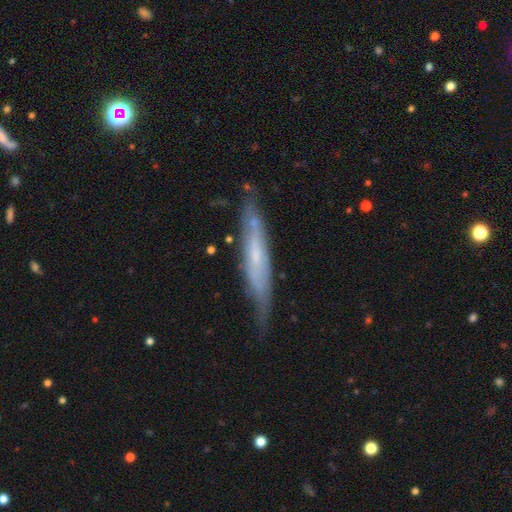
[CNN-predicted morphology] Overall: featured or disk (59%; smooth 35%). Edge-on disk: yes (72%). Merging: none (68%).